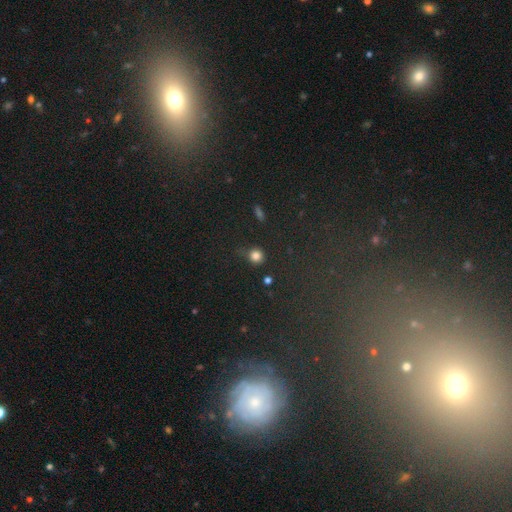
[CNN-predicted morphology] type=smooth (81%); roundness=round (89%); merging=none (74%).